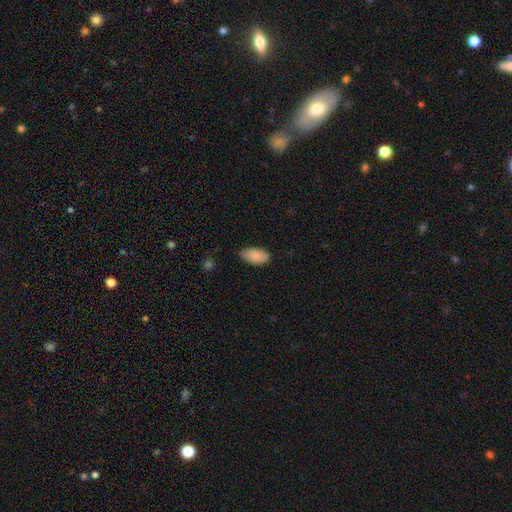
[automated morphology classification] This is clearly a smooth galaxy (85%). How rounded: clearly in between (95%). Merging: likely none (75%).